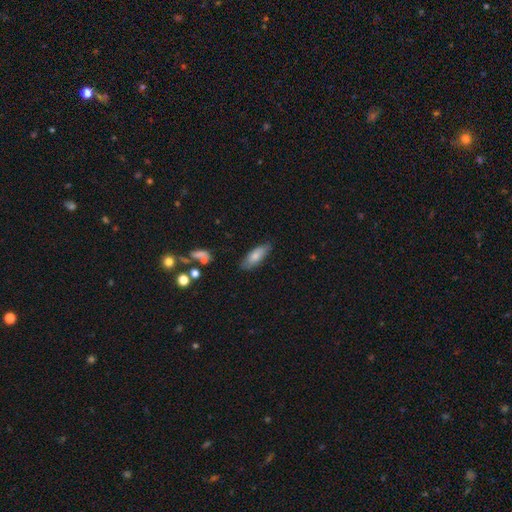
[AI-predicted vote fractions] Smooth or featured?
  - smooth: 75% *
  - featured or disk: 19%
  - star or artifact: 7%
How rounded?
  - in between: 69% *
  - cigar-shaped: 29%
  - round: 2%
Merging?
  - none: 77% *
  - minor disturbance: 18%
  - major disturbance: 3%
  - merger: 2%